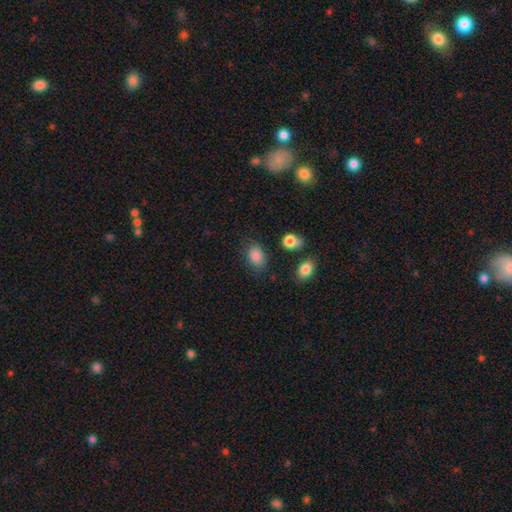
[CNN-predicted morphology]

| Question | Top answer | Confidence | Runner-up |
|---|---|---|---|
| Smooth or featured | smooth | 85% | star or artifact (10%) |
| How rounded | in between | 70% | round (29%) |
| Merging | none | 71% | minor disturbance (19%) |